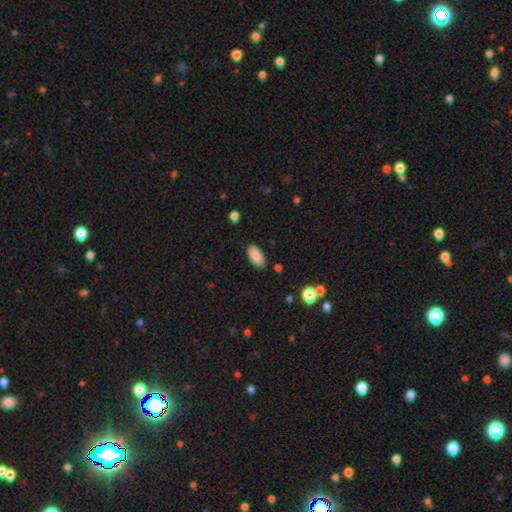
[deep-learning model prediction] Morphology: type=smooth (88%); roundness=in between (94%); merging=none (85%).